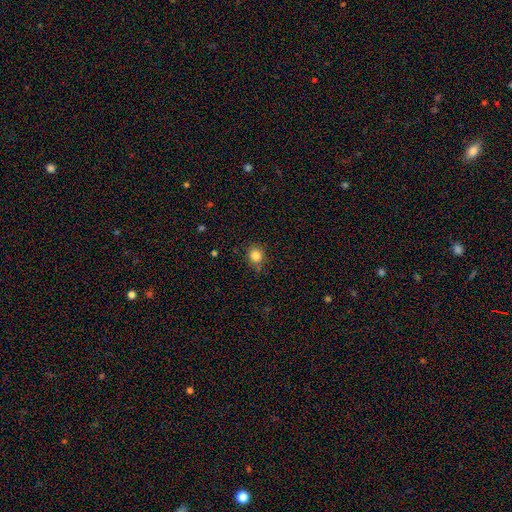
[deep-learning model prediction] Overall: smooth (83%). How rounded: round (83%). Merging: none (80%).